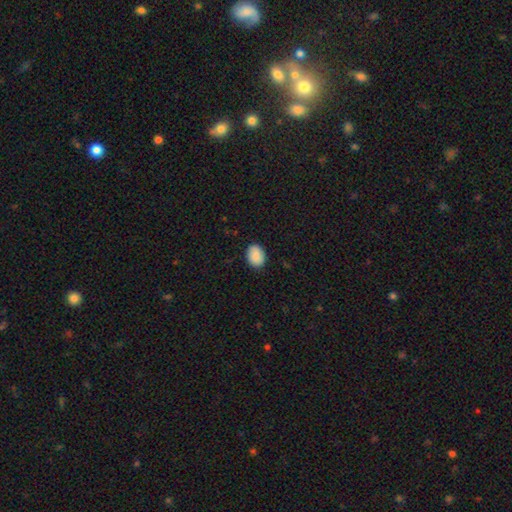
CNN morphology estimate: smooth-or-featured: smooth: 87% | star or artifact: 7% | featured or disk: 6%
  how-rounded: in between: 63% | round: 36% | cigar-shaped: 1%
  merging: none: 88% | minor disturbance: 9% | major disturbance: 2% | merger: 1%